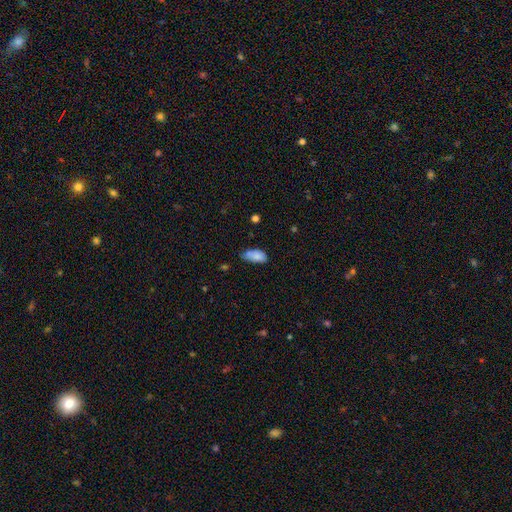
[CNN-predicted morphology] This appears to be a smooth galaxy with no disk features (81%) that is in between round and cigar-shaped (91%). Merging: none (47%).